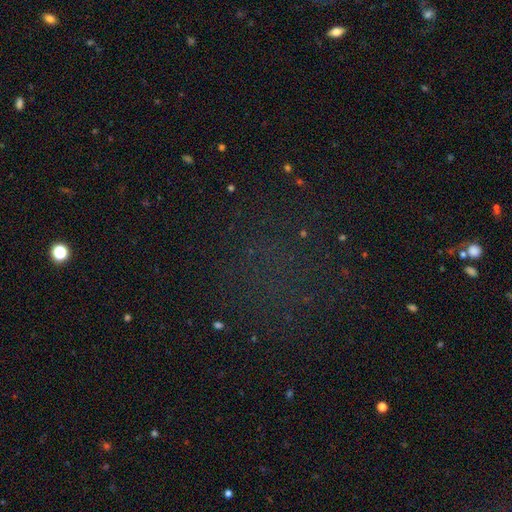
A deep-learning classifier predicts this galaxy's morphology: Smooth or featured: star or artifact — 57% (smooth — 26%)